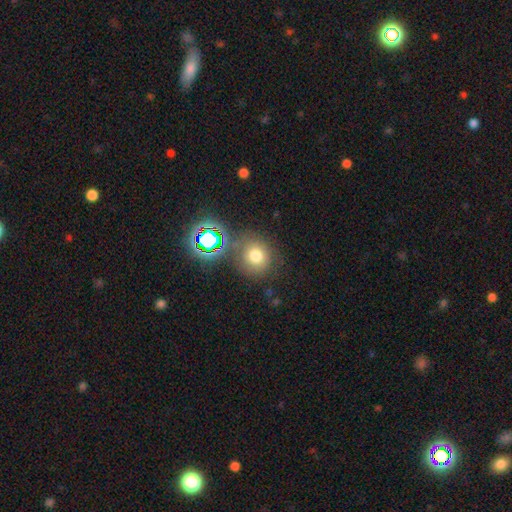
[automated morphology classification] type=smooth (69%); roundness=round (89%); merging=none (72%).